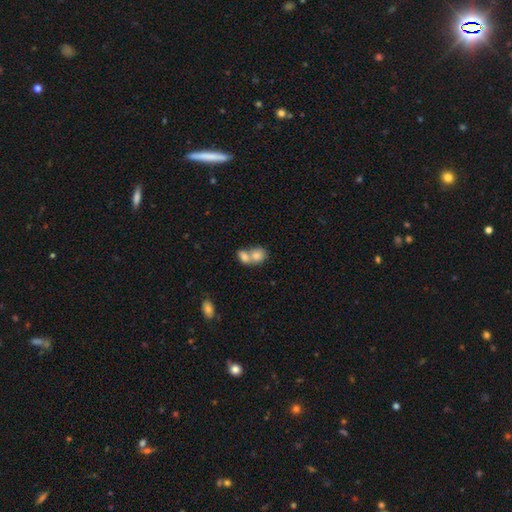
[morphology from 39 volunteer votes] smooth_or_featured: smooth (p=0.79) [alt: featured or disk p=0.10]
how_rounded: in between (p=0.61) [alt: round p=0.39]
merging: merger (p=0.77) [alt: none p=0.14]